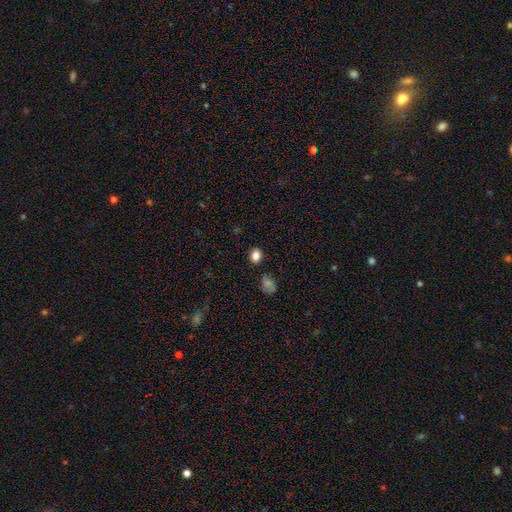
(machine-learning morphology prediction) Q: Smooth or featured?
A: smooth (84%); runner-up: star or artifact (11%)
Q: How rounded?
A: in between (50%); runner-up: round (48%)
Q: Merging?
A: none (86%); runner-up: minor disturbance (9%)